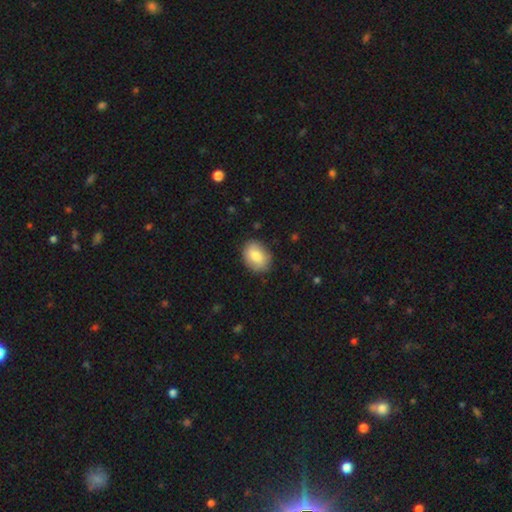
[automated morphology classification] Smooth or featured: smooth — 81% (featured or disk — 12%)
How rounded: in between — 69% (round — 30%)
Merging: none — 83% (minor disturbance — 13%)